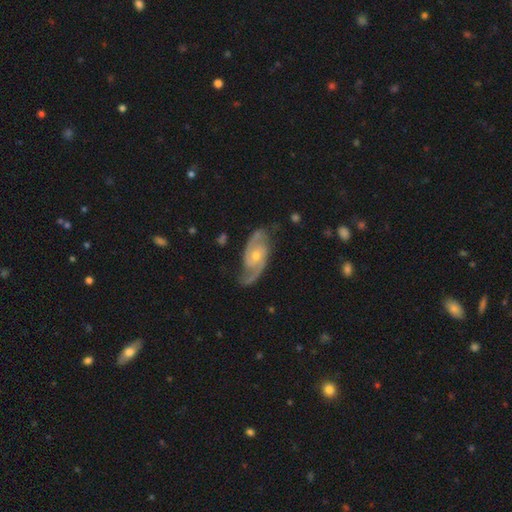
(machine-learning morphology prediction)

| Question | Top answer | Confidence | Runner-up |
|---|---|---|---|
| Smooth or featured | featured or disk | 90% | smooth (5%) |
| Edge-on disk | no | 96% | yes (4%) |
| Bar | no | 57% | weak (34%) |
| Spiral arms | yes | 98% | no (2%) |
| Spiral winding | medium | 53% | tight (31%) |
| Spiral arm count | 2 | 91% | can't tell (3%) |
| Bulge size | small | 49% | moderate (47%) |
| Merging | none | 79% | minor disturbance (15%) |